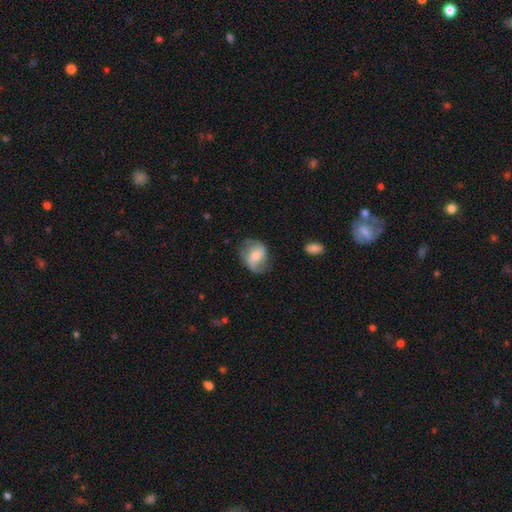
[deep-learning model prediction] Overall: featured or disk (59%; smooth 34%). Edge-on disk: no (96%). Bar: weak (40%; no 38%). Spiral arms: yes (82%). Bulge size: moderate (52%; small 41%). Merging: none (65%).